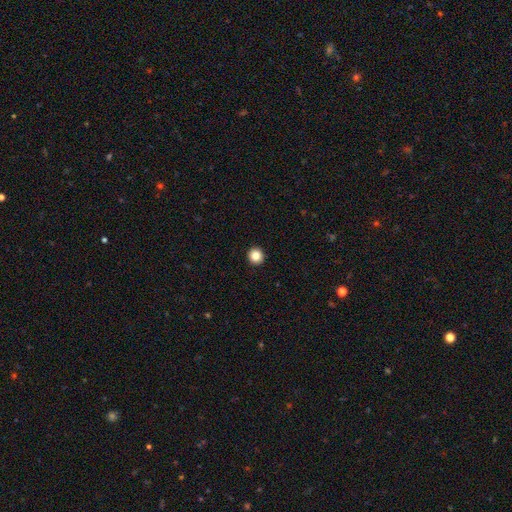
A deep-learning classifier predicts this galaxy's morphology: type=smooth (85%); roundness=round (93%); merging=none (94%).